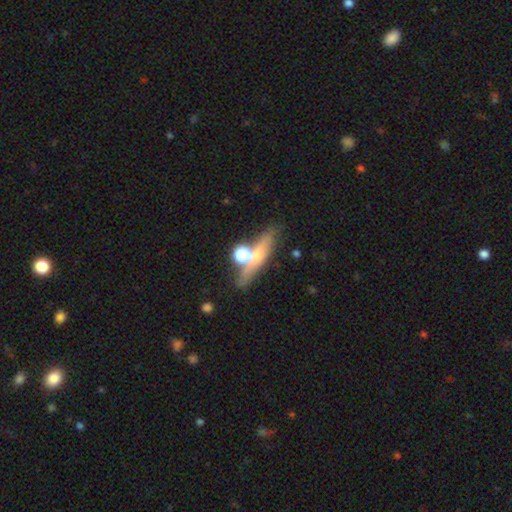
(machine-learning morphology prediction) Smooth or featured?
  - smooth: 47% *
  - featured or disk: 41%
  - star or artifact: 12%
Merging?
  - none: 60% *
  - merger: 18%
  - minor disturbance: 14%
  - major disturbance: 7%